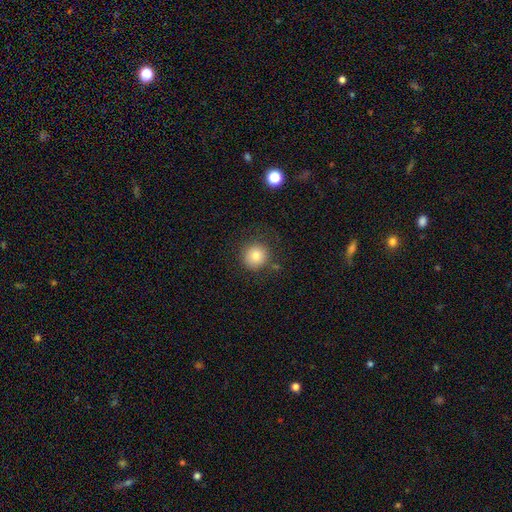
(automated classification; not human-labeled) smooth-or-featured: smooth: 81% | star or artifact: 11% | featured or disk: 8%
  how-rounded: round: 93% | in between: 6% | cigar-shaped: 1%
  merging: none: 82% | minor disturbance: 11% | major disturbance: 4% | merger: 3%